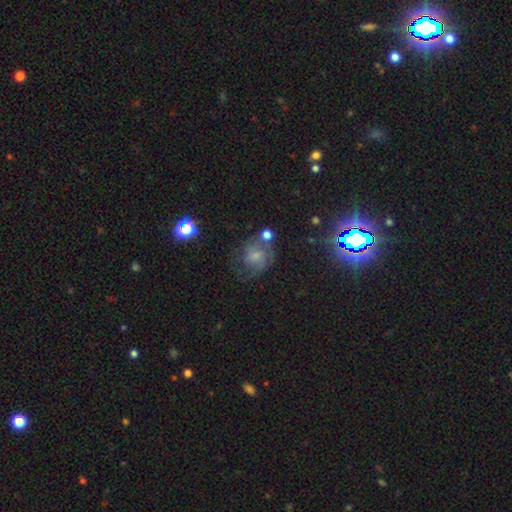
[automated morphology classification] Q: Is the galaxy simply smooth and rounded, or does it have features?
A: featured or disk — 56%.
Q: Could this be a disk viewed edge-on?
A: no — 97%.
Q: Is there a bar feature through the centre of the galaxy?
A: no — 57%.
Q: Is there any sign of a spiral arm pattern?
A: yes — 81%.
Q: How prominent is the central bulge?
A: small — 56%.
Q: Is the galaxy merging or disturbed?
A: none — 47%.